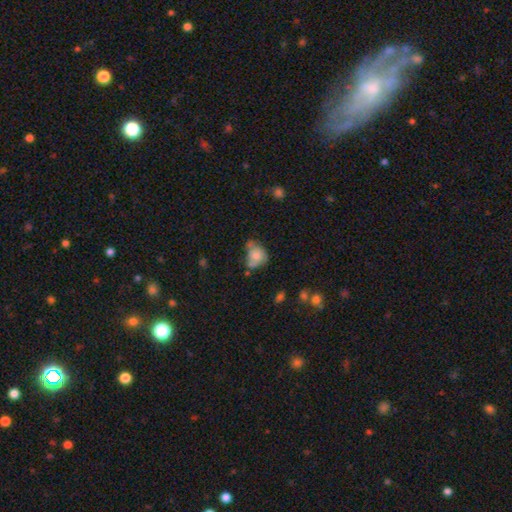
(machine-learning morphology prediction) Smooth or featured? smooth (65%)
How rounded? in between (52%)
Merging? none (32%)